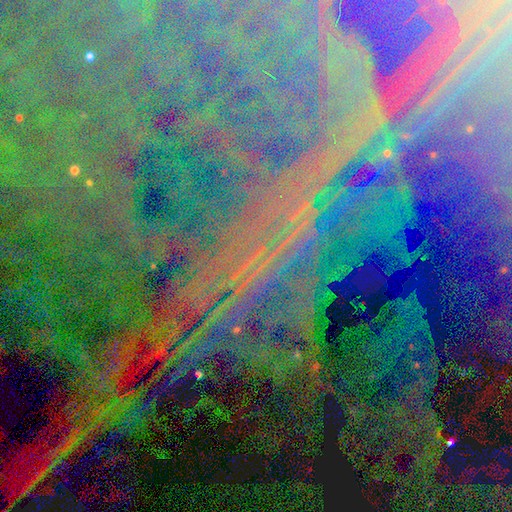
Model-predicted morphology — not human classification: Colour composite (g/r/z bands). It shows a star or artifact, not a galaxy (80%).